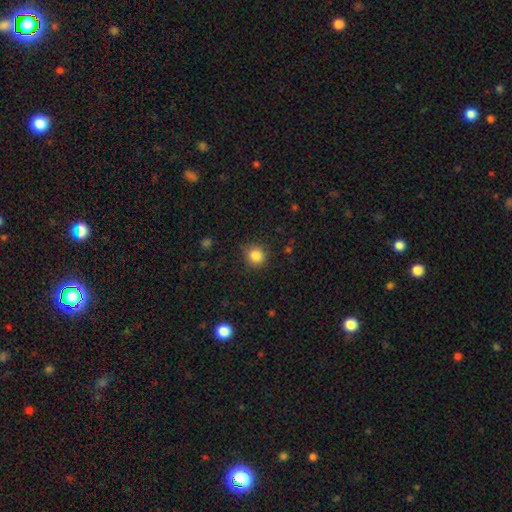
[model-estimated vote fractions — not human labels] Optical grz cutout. It shows a smooth galaxy with no disk features (85%) that is round (90%). Merging: none (84%).